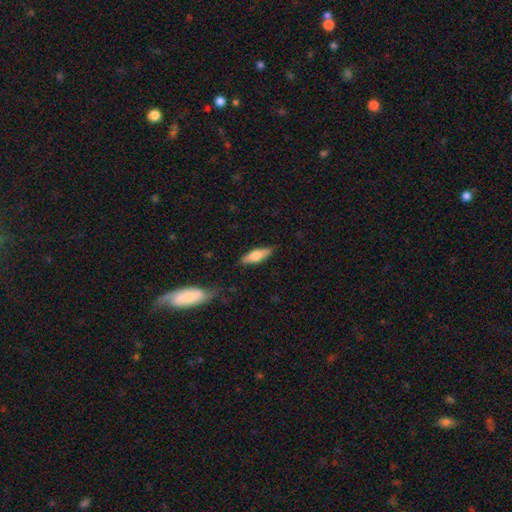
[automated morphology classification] Smooth or featured? smooth (63%)
How rounded? cigar-shaped (49%)
Merging? none (83%)